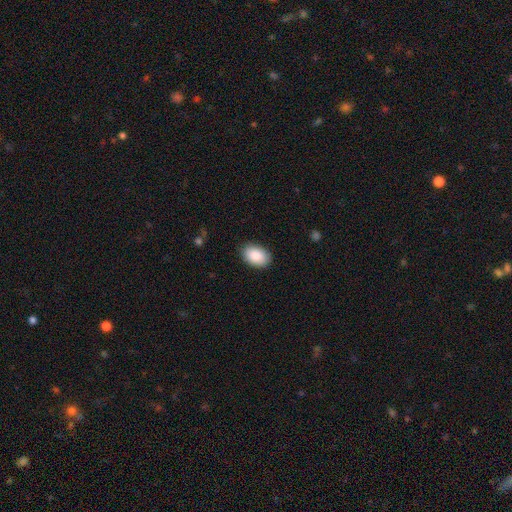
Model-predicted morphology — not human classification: Smooth or featured?
  - smooth: 89% *
  - star or artifact: 6%
  - featured or disk: 5%
How rounded?
  - in between: 89% *
  - round: 10%
  - cigar-shaped: 1%
Merging?
  - none: 87% *
  - minor disturbance: 10%
  - major disturbance: 2%
  - merger: 1%